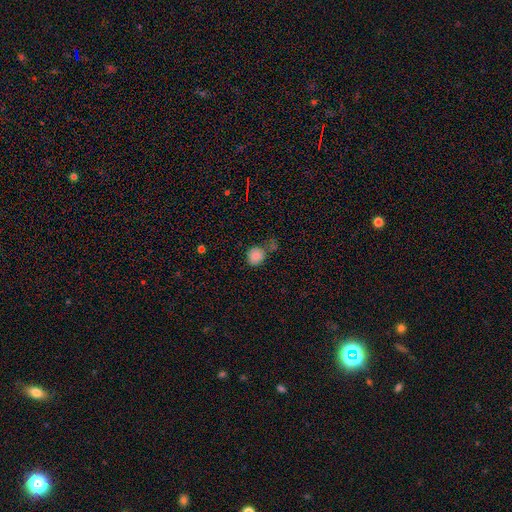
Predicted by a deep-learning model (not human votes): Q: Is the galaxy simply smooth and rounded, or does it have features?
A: smooth — 84%.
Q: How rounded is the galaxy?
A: round — 77%.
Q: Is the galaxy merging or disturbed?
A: none — 58%.